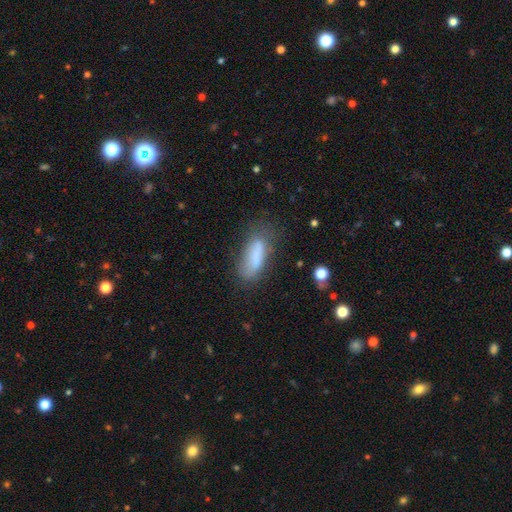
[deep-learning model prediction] Overall: smooth (74%). How rounded: in between (60%; cigar-shaped 38%). Merging: none (53%; minor disturbance 28%).